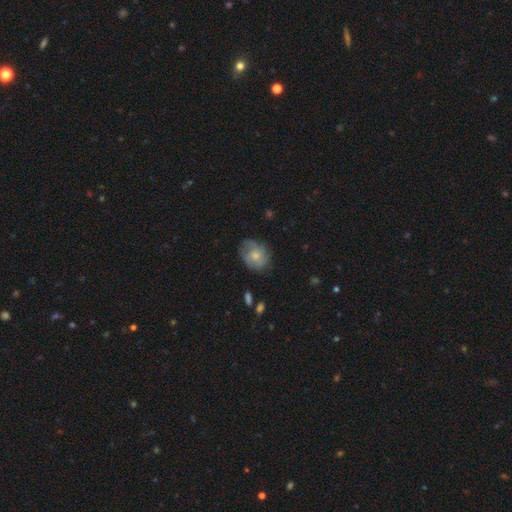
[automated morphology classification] Smooth or featured?
  - smooth: 50% *
  - featured or disk: 42%
  - star or artifact: 8%
How rounded?
  - round: 53% *
  - in between: 45%
  - cigar-shaped: 1%
Merging?
  - none: 64% *
  - minor disturbance: 25%
  - major disturbance: 10%
  - merger: 2%